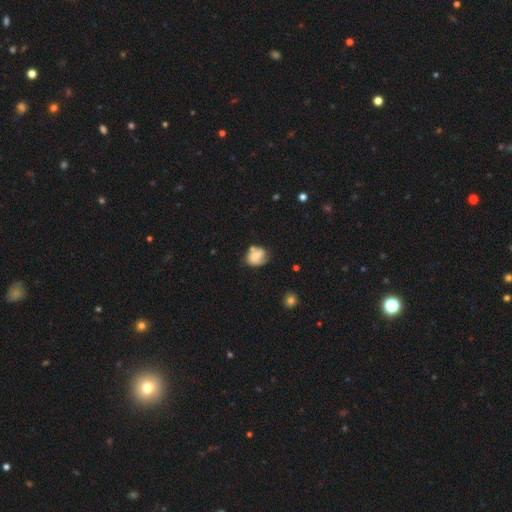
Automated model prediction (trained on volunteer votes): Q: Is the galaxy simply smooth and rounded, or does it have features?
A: featured or disk — 47%.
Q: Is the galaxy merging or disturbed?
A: none — 49%.